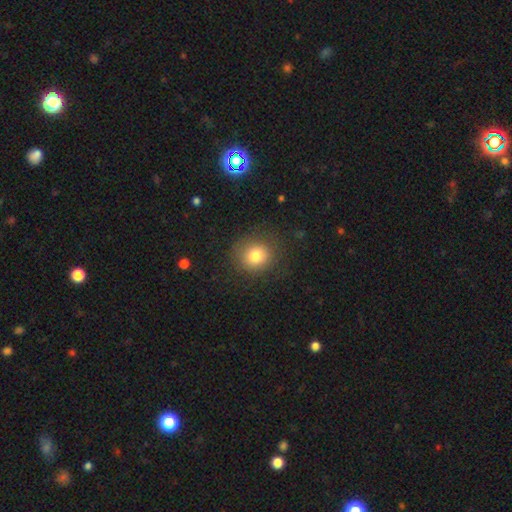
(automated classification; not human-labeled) A smooth galaxy with no disk features (79%) that is round (86%). Merging: none (82%).